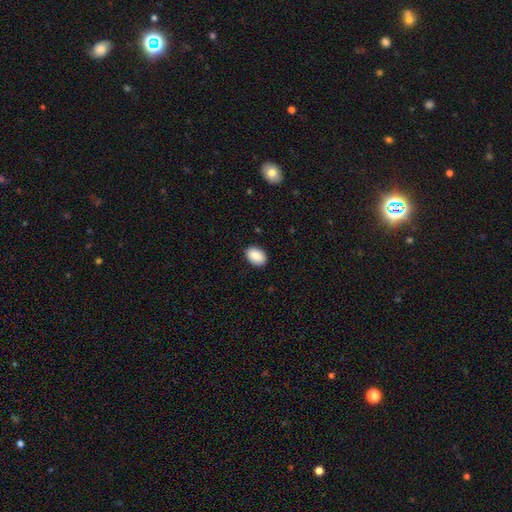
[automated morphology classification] A smooth galaxy with no disk features (89%) that is in between round and cigar-shaped (85%).

Vote fractions:
- Smooth or featured? smooth: 89% / star or artifact: 7% / featured or disk: 4%
- How rounded? in between: 85% / round: 14% / cigar-shaped: 1%
- Merging? none: 88% / minor disturbance: 9% / major disturbance: 2% / merger: 1%